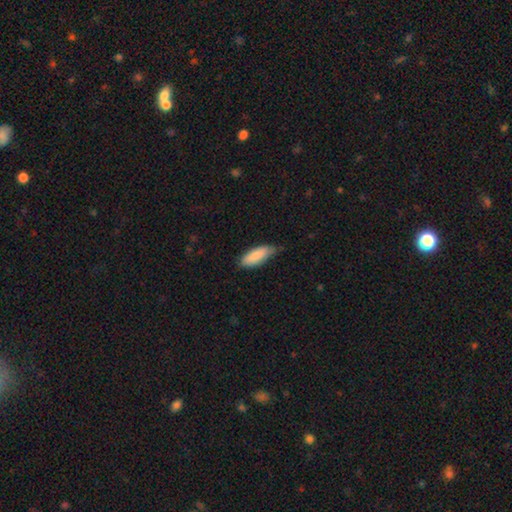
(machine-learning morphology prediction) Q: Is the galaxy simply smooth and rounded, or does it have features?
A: smooth — 85%.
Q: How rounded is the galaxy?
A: in between — 72%.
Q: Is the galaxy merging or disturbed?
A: none — 63%.